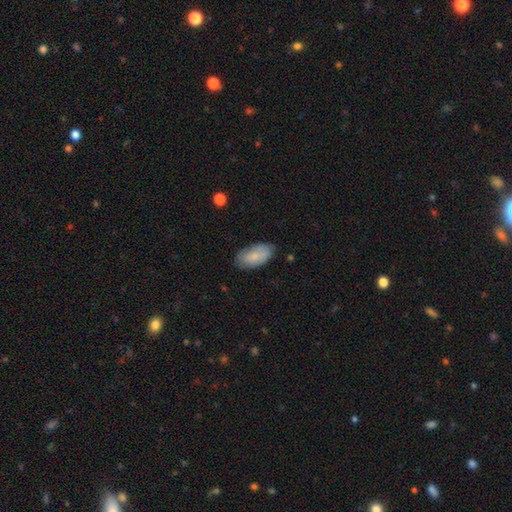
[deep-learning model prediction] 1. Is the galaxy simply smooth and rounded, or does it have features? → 75% smooth, 19% featured or disk, 6% star or artifact.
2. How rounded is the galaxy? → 94% in between, 3% cigar-shaped, 3% round.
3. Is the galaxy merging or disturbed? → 75% none, 20% minor disturbance, 4% major disturbance, 1% merger.